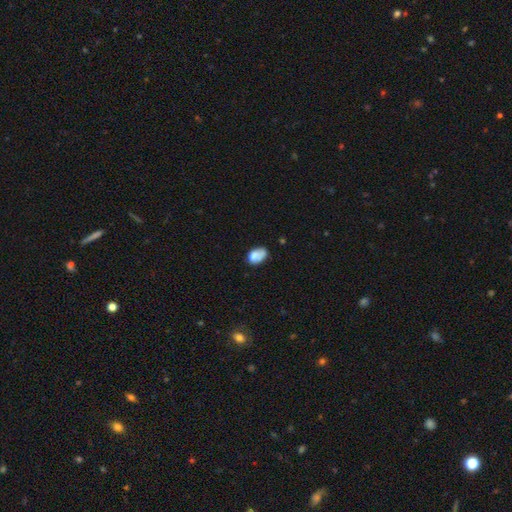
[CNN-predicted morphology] Q: Smooth or featured?
A: smooth (73%); runner-up: featured or disk (18%)
Q: How rounded?
A: in between (87%); runner-up: round (12%)
Q: Merging?
A: none (45%); runner-up: minor disturbance (30%)